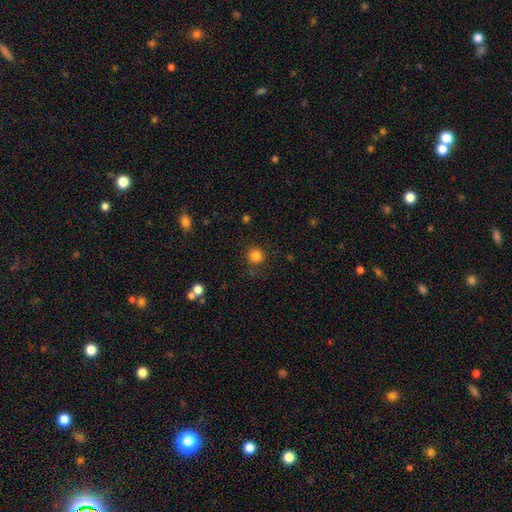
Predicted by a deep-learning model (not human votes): Smooth or featured?
  - smooth: 84% *
  - star or artifact: 12%
  - featured or disk: 4%
How rounded?
  - round: 93% *
  - in between: 6%
  - cigar-shaped: 1%
Merging?
  - none: 88% *
  - minor disturbance: 8%
  - major disturbance: 3%
  - merger: 2%